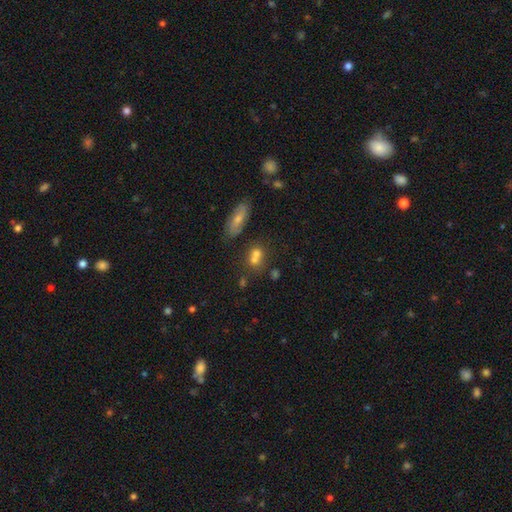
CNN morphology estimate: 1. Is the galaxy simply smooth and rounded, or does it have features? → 64% smooth, 18% featured or disk, 17% star or artifact.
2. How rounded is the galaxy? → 57% round, 39% in between, 4% cigar-shaped.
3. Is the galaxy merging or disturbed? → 43% merger, 42% none, 10% minor disturbance, 5% major disturbance.